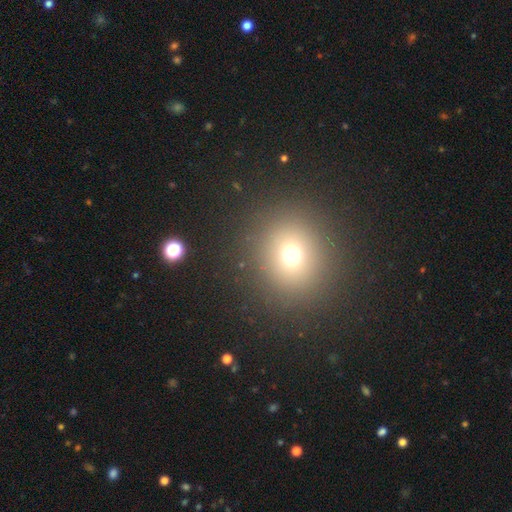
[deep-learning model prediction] Smooth or featured? smooth (62%)
How rounded? round (84%)
Merging? none (91%)